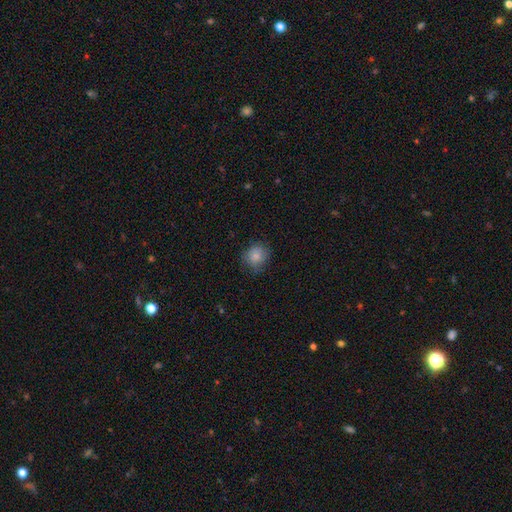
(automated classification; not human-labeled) A smooth galaxy with no disk features (84%) that is round (81%). Merging: none (76%).